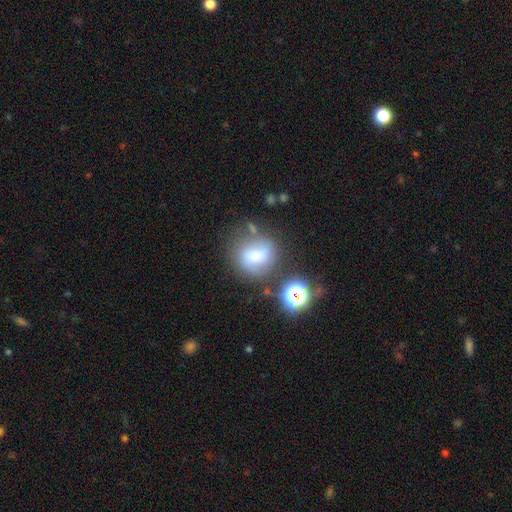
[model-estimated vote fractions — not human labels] Morphology: type=smooth (62%); roundness=round (70%); merging=none (56%).